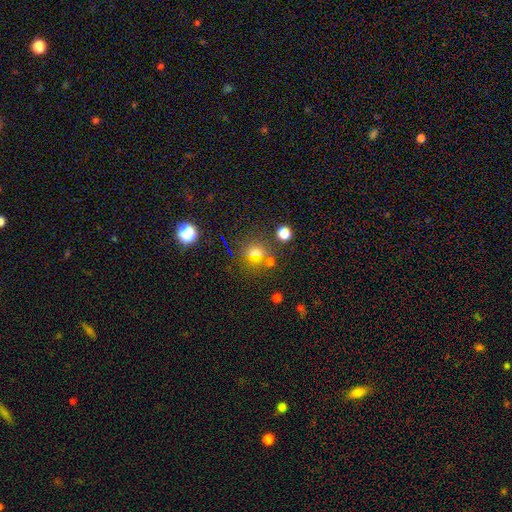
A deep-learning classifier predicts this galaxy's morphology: A smooth galaxy with no disk features (57%) that is round (74%). Merging: none (71%).